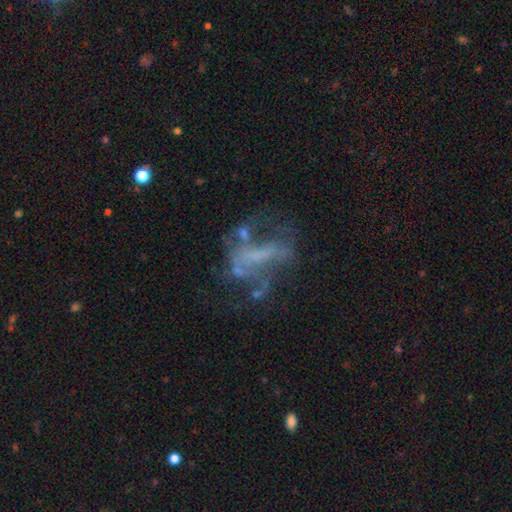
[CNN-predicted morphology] featured or disk 63%, star or artifact 20%, smooth 18%. Down the decision tree: edge-on disk — no (94%); bar — no (55%); spiral arms — no (70%); bulge size — none (66%); merging — none (37%).